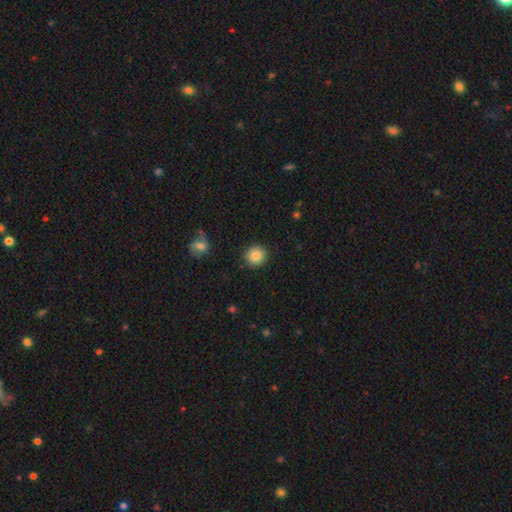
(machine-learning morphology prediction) smooth-or-featured: smooth: 85% | star or artifact: 9% | featured or disk: 6%
  how-rounded: round: 91% | in between: 8% | cigar-shaped: 1%
  merging: none: 91% | minor disturbance: 6% | major disturbance: 2% | merger: 1%